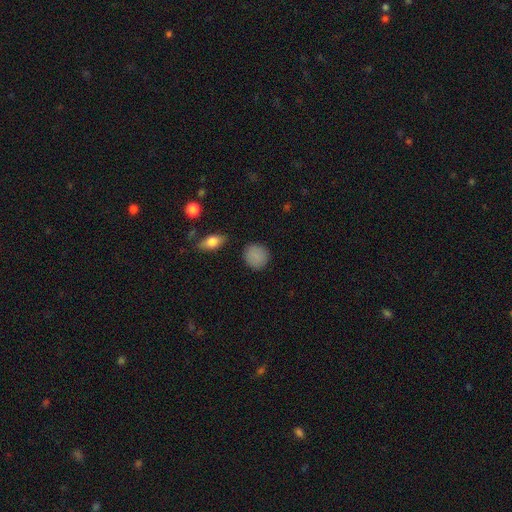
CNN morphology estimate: A smooth galaxy with no disk features (86%) that is round (88%). Merging: none (86%).